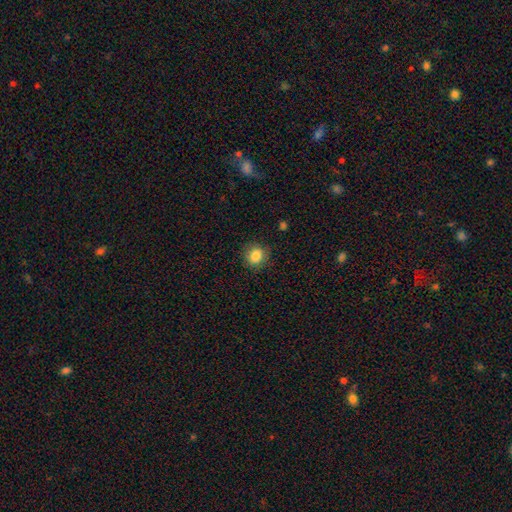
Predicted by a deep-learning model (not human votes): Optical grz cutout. It shows a smooth galaxy with no disk features (84%) that is round (84%). Merging: none (86%).